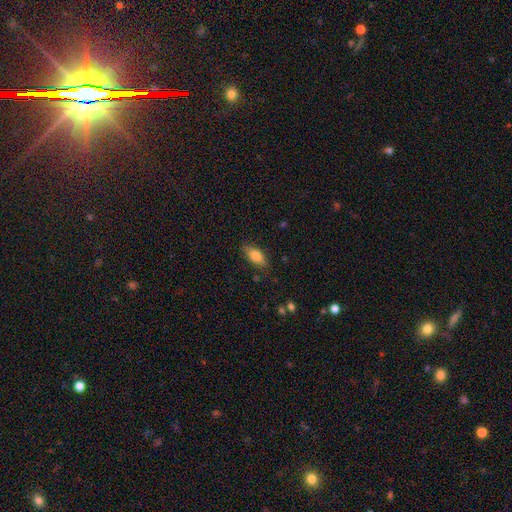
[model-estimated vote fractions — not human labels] Smooth or featured? smooth (81%)
How rounded? in between (84%)
Merging? none (79%)